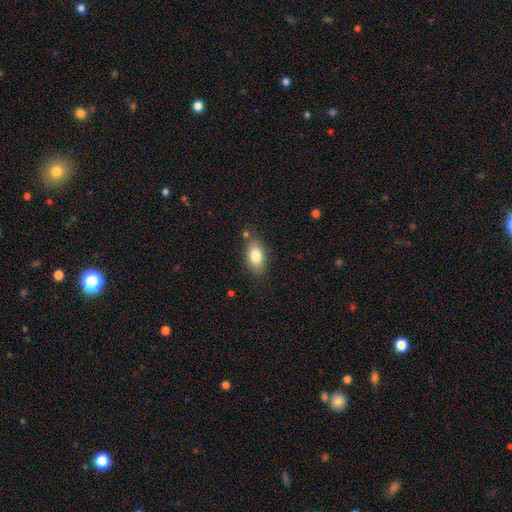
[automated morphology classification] Q: Smooth or featured?
A: smooth (81%); runner-up: featured or disk (12%)
Q: How rounded?
A: in between (90%); runner-up: round (7%)
Q: Merging?
A: none (77%); runner-up: minor disturbance (15%)